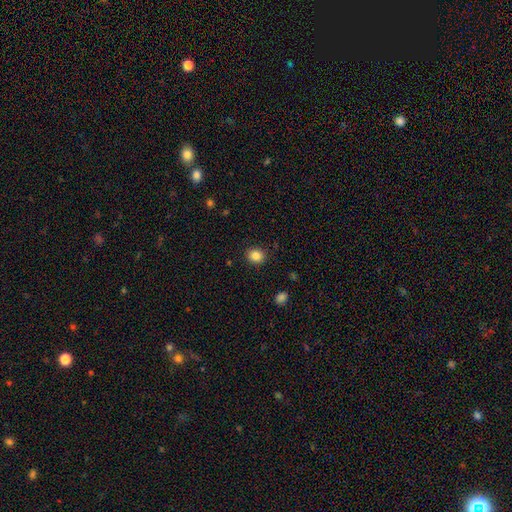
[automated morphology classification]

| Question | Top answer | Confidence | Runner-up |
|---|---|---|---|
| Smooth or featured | smooth | 84% | star or artifact (11%) |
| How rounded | round | 75% | in between (25%) |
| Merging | none | 90% | minor disturbance (7%) |